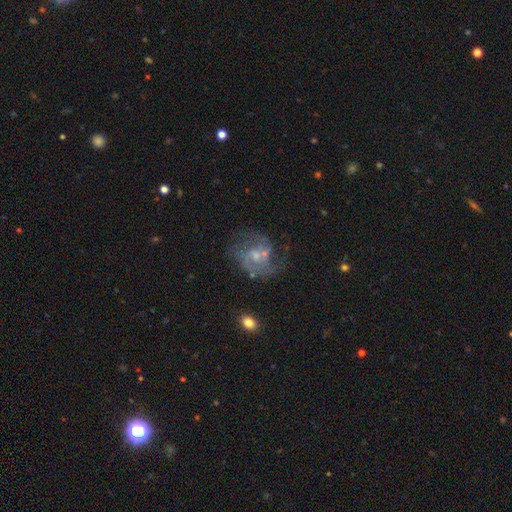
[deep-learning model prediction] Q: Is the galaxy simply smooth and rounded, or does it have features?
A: featured or disk — 74%.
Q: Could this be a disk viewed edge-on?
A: no — 98%.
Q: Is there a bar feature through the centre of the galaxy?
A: no — 58%.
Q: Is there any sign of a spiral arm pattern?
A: yes — 85%.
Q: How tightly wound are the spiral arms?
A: medium — 49%.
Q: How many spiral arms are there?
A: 2 — 50%.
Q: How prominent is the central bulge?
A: small — 58%.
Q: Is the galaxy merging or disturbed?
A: none — 57%.